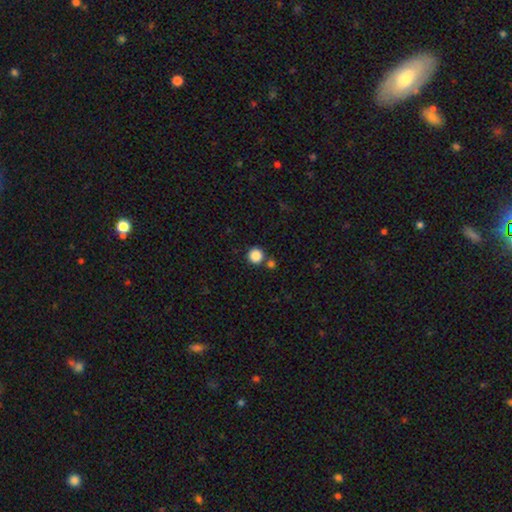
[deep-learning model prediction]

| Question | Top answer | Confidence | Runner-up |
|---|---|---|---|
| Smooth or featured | smooth | 87% | star or artifact (10%) |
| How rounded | round | 95% | in between (4%) |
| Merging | none | 81% | merger (11%) |